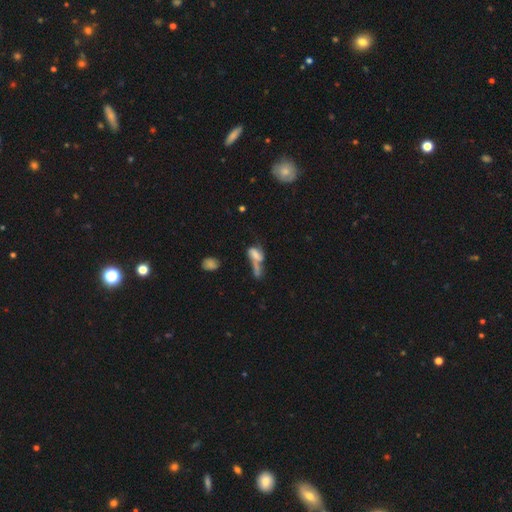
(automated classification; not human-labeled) Smooth or featured? smooth (53%)
How rounded? in between (73%)
Merging? merger (47%)